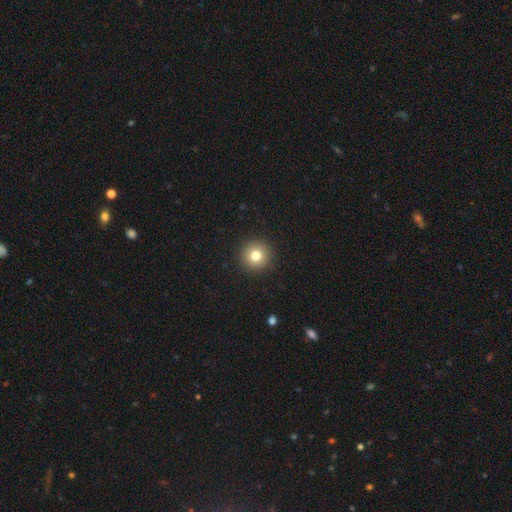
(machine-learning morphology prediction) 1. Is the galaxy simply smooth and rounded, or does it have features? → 79% smooth, 12% star or artifact, 9% featured or disk.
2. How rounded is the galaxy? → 96% round, 3% in between, 1% cigar-shaped.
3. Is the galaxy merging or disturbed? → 93% none, 4% minor disturbance, 2% major disturbance, 1% merger.